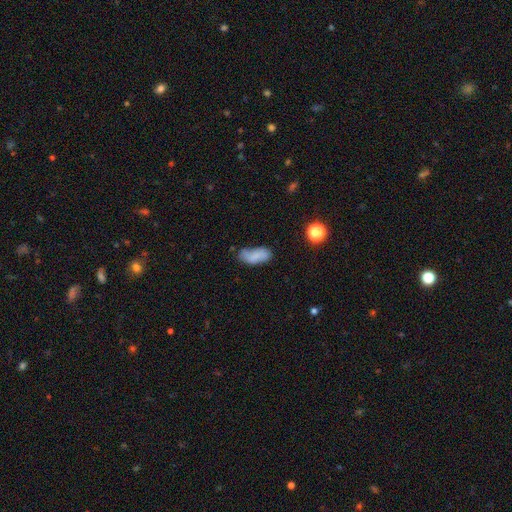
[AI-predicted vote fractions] A smooth galaxy with no disk features (76%) that is in between round and cigar-shaped (88%). Merging: none (51%).